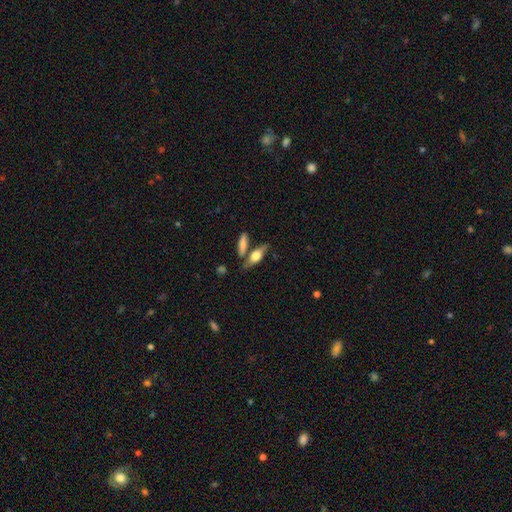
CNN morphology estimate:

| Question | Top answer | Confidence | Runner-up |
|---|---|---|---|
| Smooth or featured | smooth | 59% | featured or disk (34%) |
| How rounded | in between | 61% | cigar-shaped (35%) |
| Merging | none | 61% | merger (19%) |